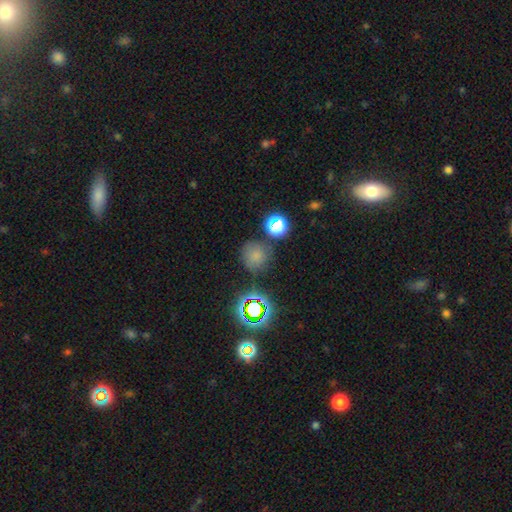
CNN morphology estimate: This appears to be a smooth galaxy with no disk features (68%) that is round (92%). Merging: none (73%).